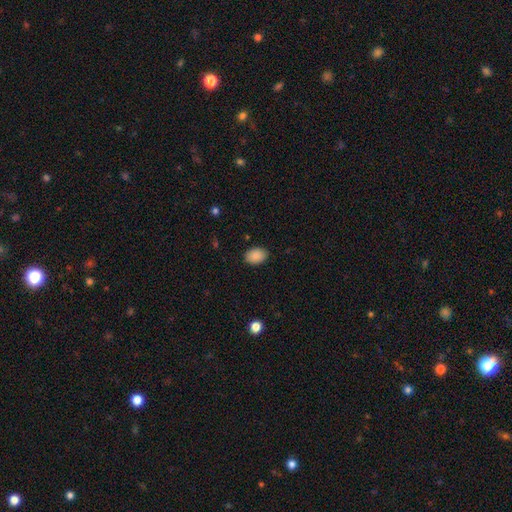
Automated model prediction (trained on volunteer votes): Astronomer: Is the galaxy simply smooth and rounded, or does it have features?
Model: smooth — 89%.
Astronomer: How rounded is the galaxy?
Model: in between — 82%.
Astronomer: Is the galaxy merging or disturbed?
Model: none — 87%.